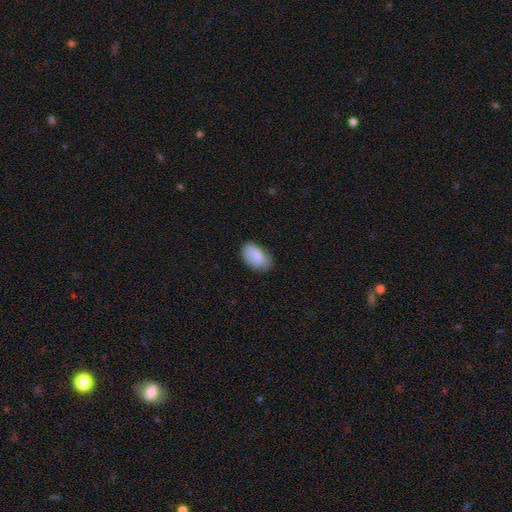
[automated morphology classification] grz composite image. It shows a smooth galaxy with no disk features (81%) that is in between round and cigar-shaped (94%). Merging: none (70%).